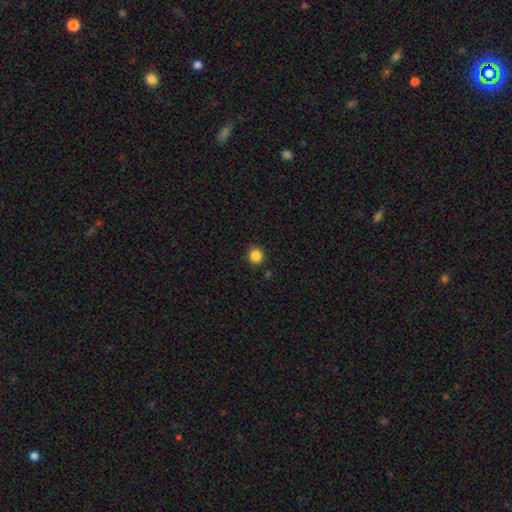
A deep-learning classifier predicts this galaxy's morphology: Overall: smooth (85%). How rounded: round (90%). Merging: none (90%).